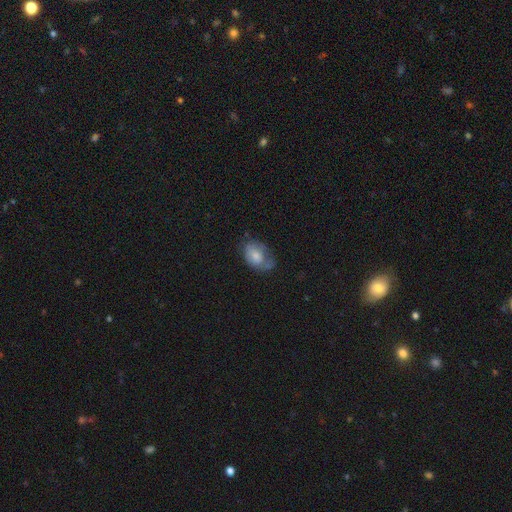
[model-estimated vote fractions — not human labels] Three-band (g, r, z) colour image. It shows a smooth galaxy with no disk features (66%) that is in between round and cigar-shaped (80%). Merging: none (41%).